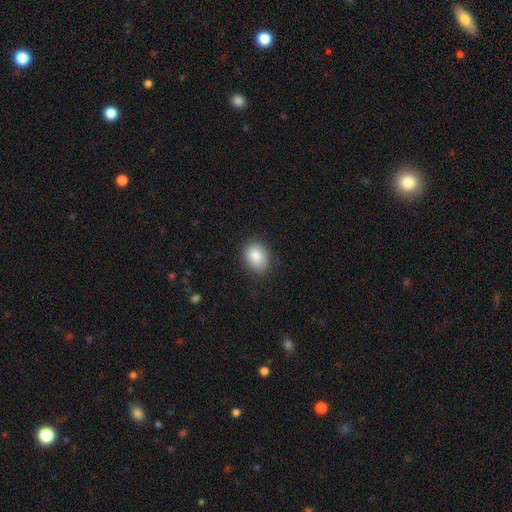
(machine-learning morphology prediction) smooth_or_featured: smooth (p=0.86) [alt: star or artifact p=0.08]
how_rounded: in between (p=0.55) [alt: round p=0.44]
merging: none (p=0.85) [alt: minor disturbance p=0.11]